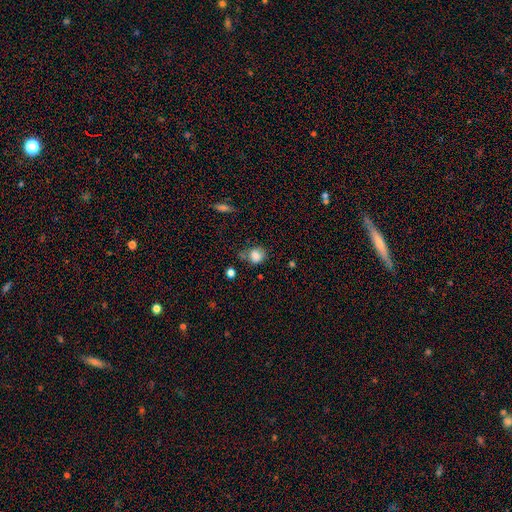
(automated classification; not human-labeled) A smooth galaxy with no disk features (81%) that is round (71%).

Vote fractions:
- Smooth or featured? smooth: 81% / star or artifact: 11% / featured or disk: 8%
- How rounded? round: 71% / in between: 28% / cigar-shaped: 1%
- Merging? none: 57% / minor disturbance: 26% / major disturbance: 8% / merger: 8%